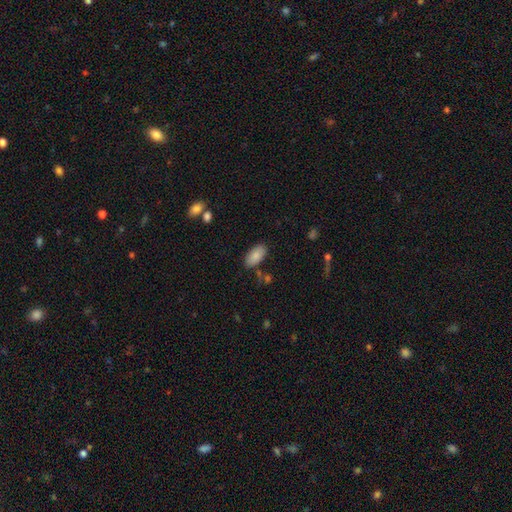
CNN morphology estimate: This appears to be a smooth galaxy with no disk features (86%) that is in between round and cigar-shaped (93%). Merging: none (80%).